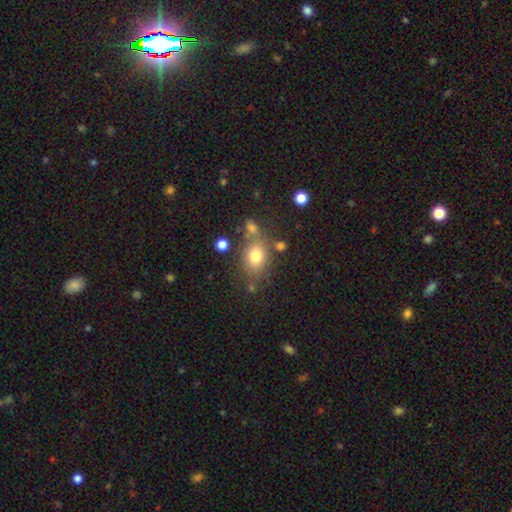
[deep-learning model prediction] Smooth or featured? Predicted: smooth (p=0.75). How rounded? Predicted: in between (p=0.57). Merging? Predicted: none (p=0.65).